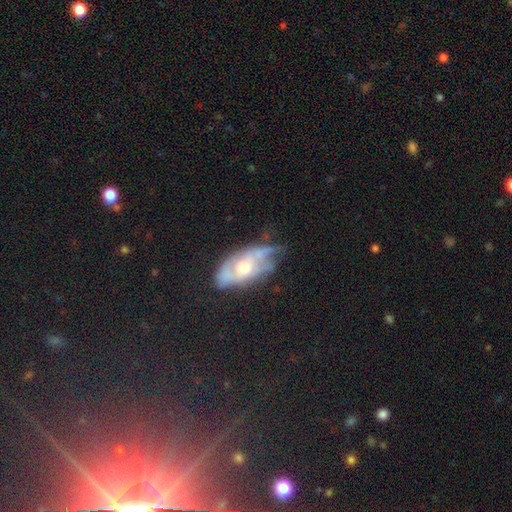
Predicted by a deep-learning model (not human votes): A featured or disk galaxy (65%) with no bar (77%), spiral arms (63%) and a moderate central bulge (61%). Merging: none (37%).